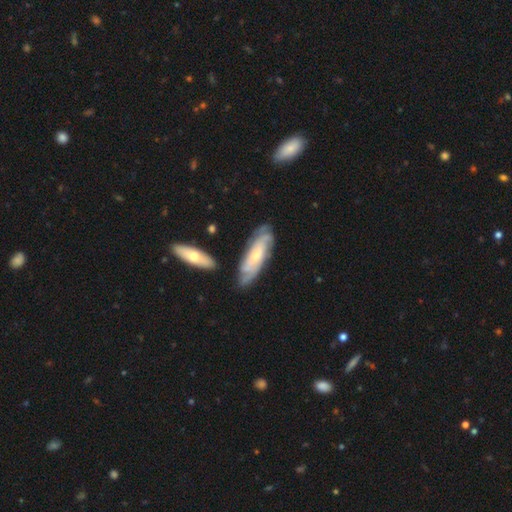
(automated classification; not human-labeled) This appears to be a featured or disk galaxy (71%) with no bar (66%), tight (60%) spiral arms (90%) and a small central bulge (63%). Merging: none (72%).